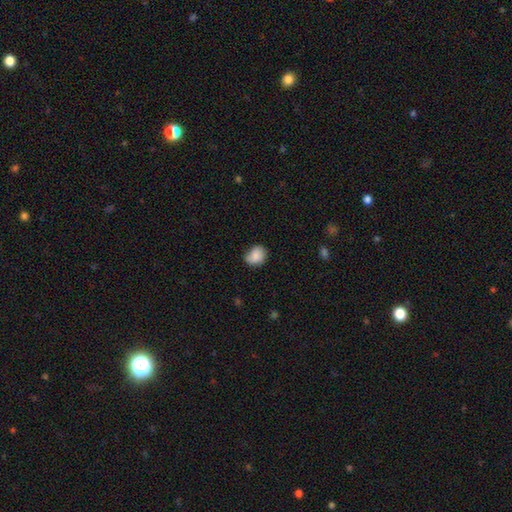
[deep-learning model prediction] smooth-or-featured: smooth: 81% | featured or disk: 11% | star or artifact: 8%
  how-rounded: round: 58% | in between: 41% | cigar-shaped: 1%
  merging: none: 62% | minor disturbance: 30% | major disturbance: 6% | merger: 2%